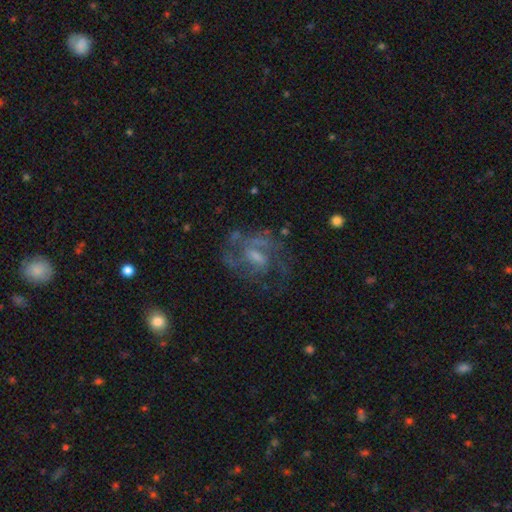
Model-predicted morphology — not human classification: smooth_or_featured: featured or disk (p=0.78) [alt: smooth p=0.11]
disk_edge_on: no (p=0.97) [alt: yes p=0.03]
bar: weak (p=0.52) [alt: no p=0.32]
has_spiral_arms: yes (p=0.86) [alt: no p=0.14]
spiral_winding: medium (p=0.51) [alt: tight p=0.29]
spiral_arm_count: 2 (p=0.41) [alt: can't tell p=0.27]
bulge_size: small (p=0.38) [alt: moderate p=0.37]
merging: none (p=0.60) [alt: major disturbance p=0.19]